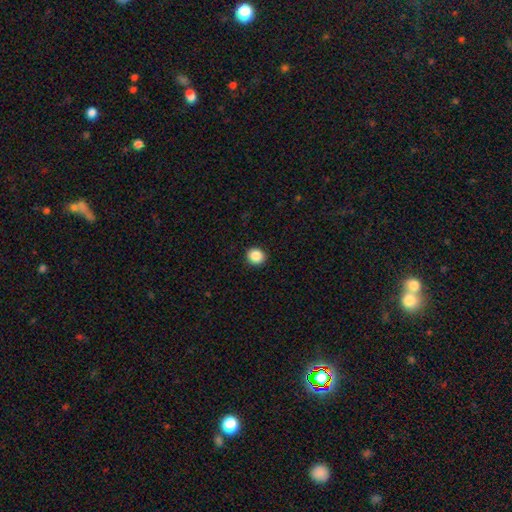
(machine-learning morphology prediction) smooth_or_featured: smooth (p=0.88) [alt: star or artifact p=0.09]
how_rounded: round (p=0.91) [alt: in between p=0.08]
merging: none (p=0.92) [alt: minor disturbance p=0.05]